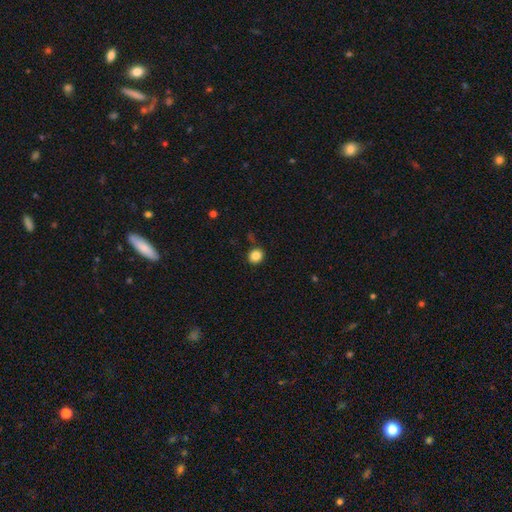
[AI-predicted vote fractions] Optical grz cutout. It shows a smooth galaxy with no disk features (84%) that is round (78%). Merging: none (85%).